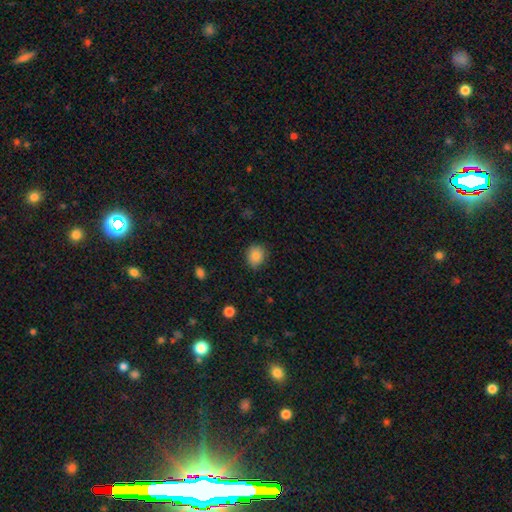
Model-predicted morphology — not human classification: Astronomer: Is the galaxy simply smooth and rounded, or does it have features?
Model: smooth — 85%.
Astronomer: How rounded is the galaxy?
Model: round — 73%.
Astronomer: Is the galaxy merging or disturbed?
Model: none — 81%.